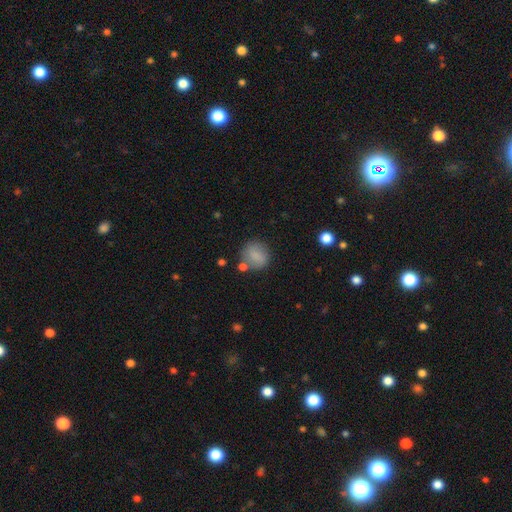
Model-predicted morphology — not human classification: A smooth galaxy with no disk features (78%) that is round (81%).

Vote fractions:
- Smooth or featured? smooth: 78% / featured or disk: 13% / star or artifact: 9%
- How rounded? round: 81% / in between: 18% / cigar-shaped: 1%
- Merging? none: 69% / minor disturbance: 16% / merger: 9% / major disturbance: 6%